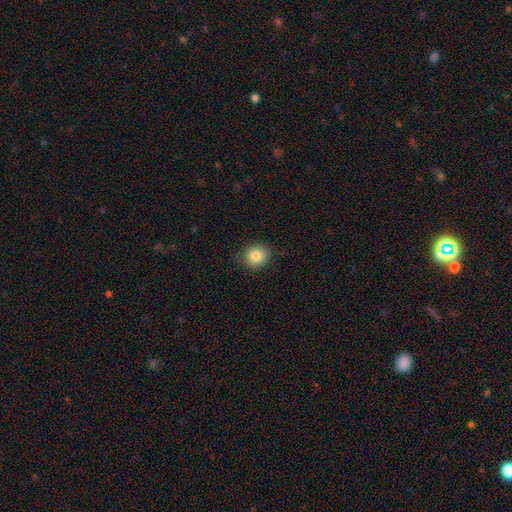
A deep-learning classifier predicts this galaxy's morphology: Q: Smooth or featured?
A: smooth (84%); runner-up: star or artifact (10%)
Q: How rounded?
A: round (79%); runner-up: in between (20%)
Q: Merging?
A: none (86%); runner-up: minor disturbance (11%)